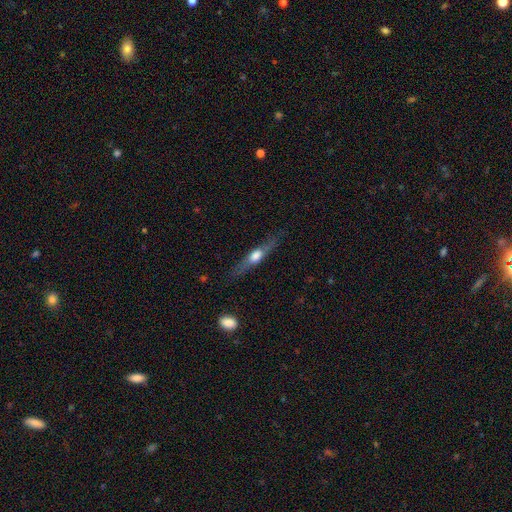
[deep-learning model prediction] Overall: featured or disk (63%; smooth 31%). Edge-on disk: yes (93%). Edge-on bulge: rounded (86%). Merging: none (80%).